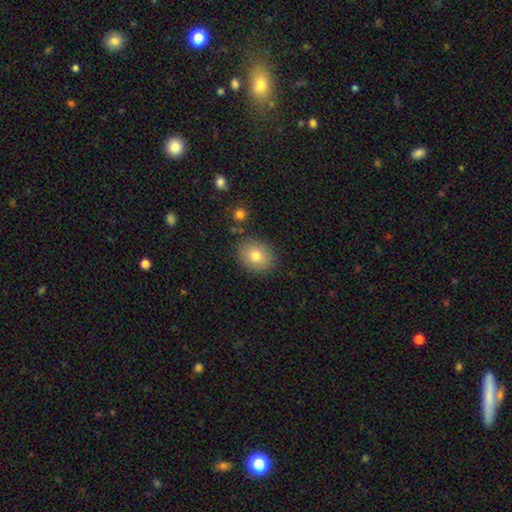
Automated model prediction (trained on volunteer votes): smooth_or_featured: smooth (p=0.78) [alt: featured or disk p=0.13]
how_rounded: in between (p=0.56) [alt: round p=0.43]
merging: none (p=0.85) [alt: minor disturbance p=0.10]